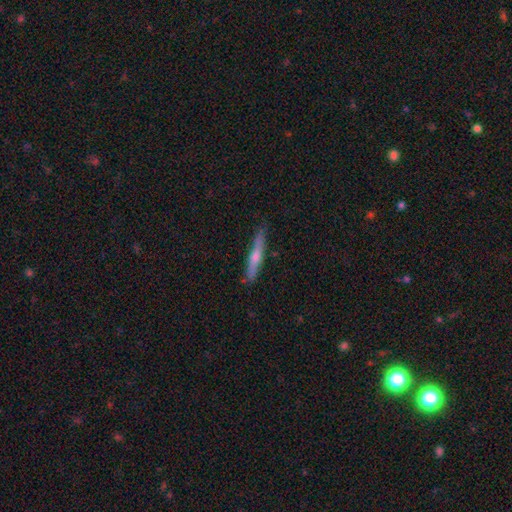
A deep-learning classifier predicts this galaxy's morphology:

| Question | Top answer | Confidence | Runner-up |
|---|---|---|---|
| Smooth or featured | featured or disk | 62% | smooth (31%) |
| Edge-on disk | yes | 97% | no (3%) |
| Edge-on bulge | rounded | 82% | none (14%) |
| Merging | none | 89% | minor disturbance (9%) |